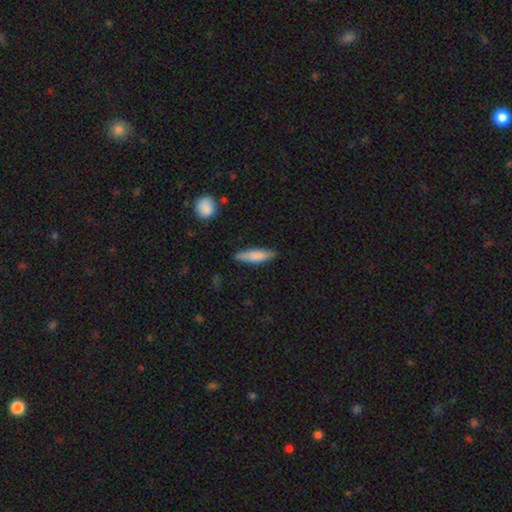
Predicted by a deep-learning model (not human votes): A smooth galaxy with no disk features (79%) that is cigar-shaped (69%). Merging: none (83%).